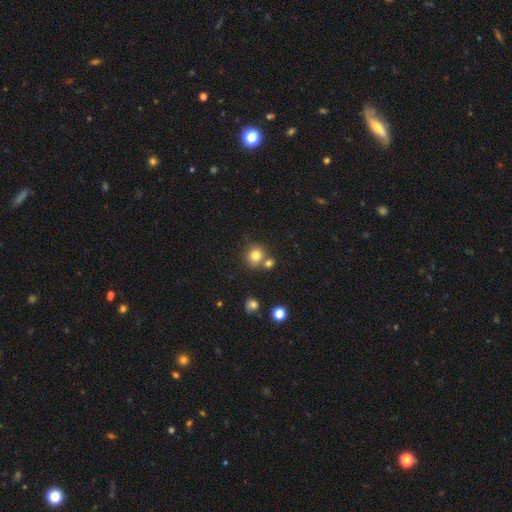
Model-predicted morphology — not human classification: The model was most divided on "merging": none: 63%, merger: 24%, minor disturbance: 10%, major disturbance: 3%. More confident: how rounded — round (85%); smooth or featured — smooth (80%).